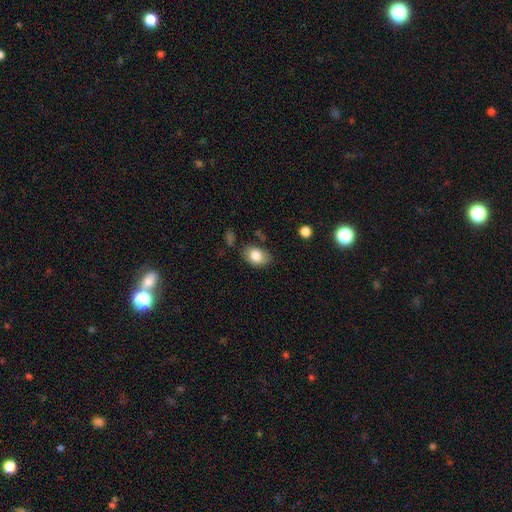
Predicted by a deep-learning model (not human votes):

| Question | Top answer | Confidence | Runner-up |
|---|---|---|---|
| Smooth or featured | smooth | 82% | featured or disk (10%) |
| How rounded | in between | 78% | round (20%) |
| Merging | none | 74% | minor disturbance (18%) |